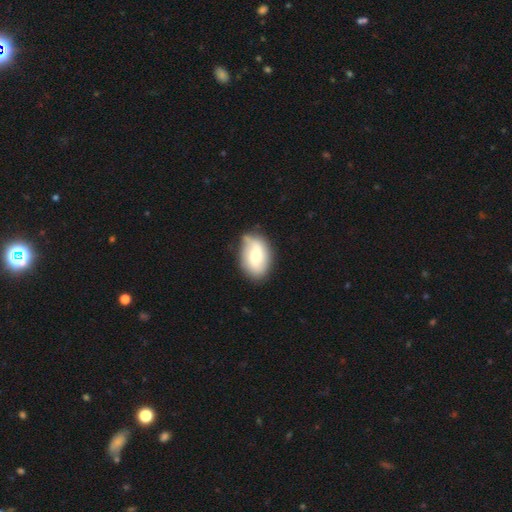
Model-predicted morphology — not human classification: Smooth or featured? smooth (49%)
Merging? none (63%)